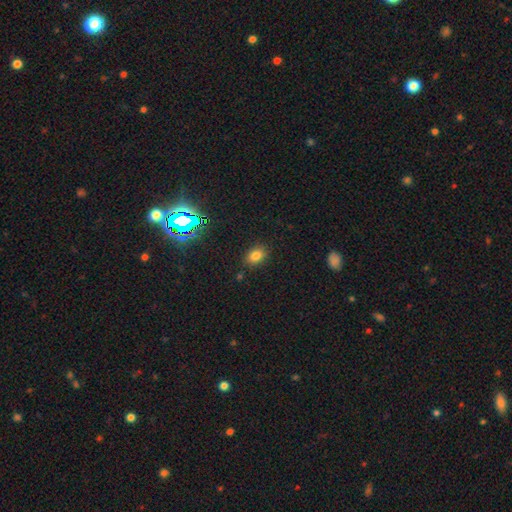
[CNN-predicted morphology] type=smooth (77%); roundness=in between (72%); merging=none (85%).